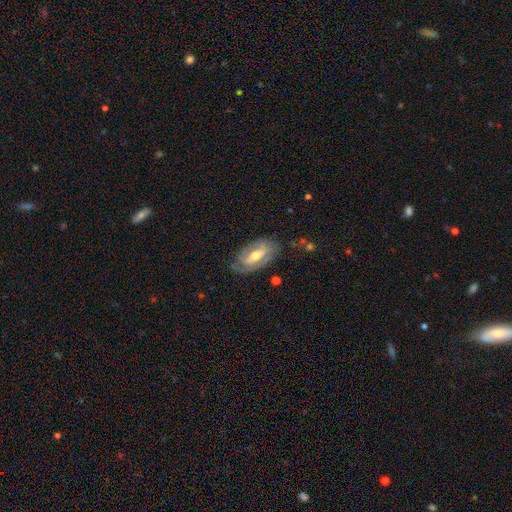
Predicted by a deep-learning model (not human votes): This appears to be a featured or disk galaxy (76%) with a strong bar (49%), spiral arms (71%) and a moderate central bulge (66%). Merging: none (72%).